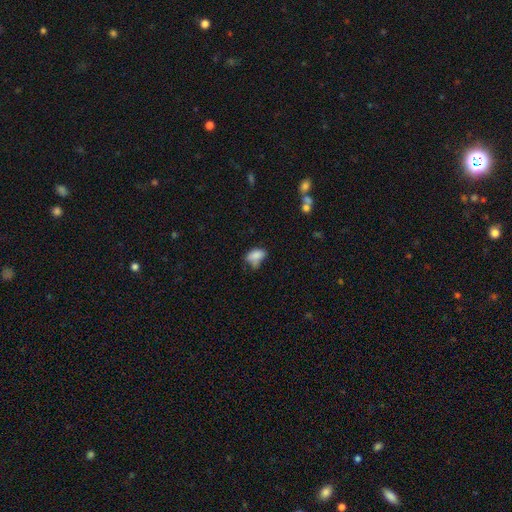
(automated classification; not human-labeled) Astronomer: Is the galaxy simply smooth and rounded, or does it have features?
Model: smooth — 80%.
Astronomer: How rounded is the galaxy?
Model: in between — 88%.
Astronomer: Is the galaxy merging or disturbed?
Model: none — 39% (runner-up: minor disturbance, 33%).